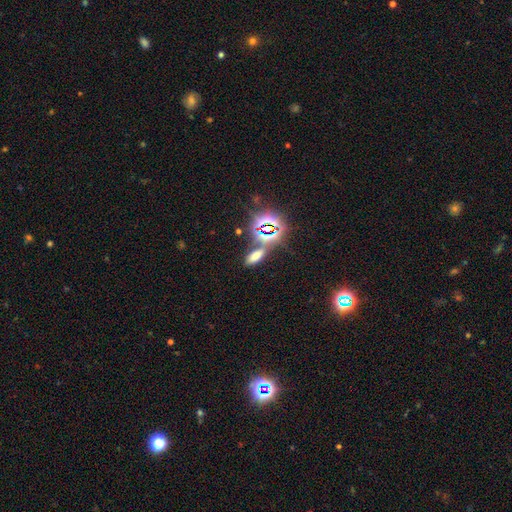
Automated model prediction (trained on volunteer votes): smooth-or-featured: smooth: 53% | star or artifact: 37% | featured or disk: 10%
  how-rounded: in between: 71% | cigar-shaped: 21% | round: 8%
  merging: none: 69% | merger: 14% | minor disturbance: 11% | major disturbance: 5%